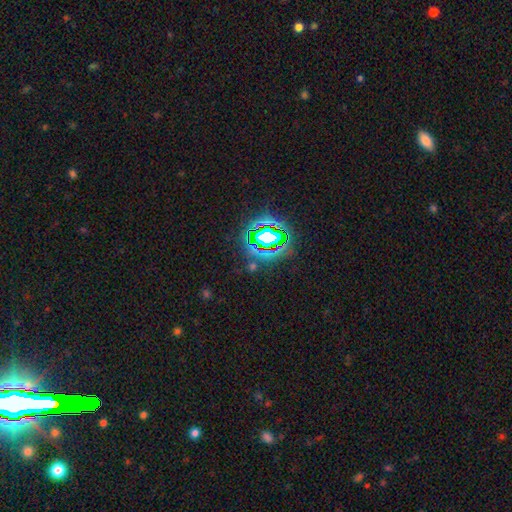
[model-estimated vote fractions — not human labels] This appears to be a star or artifact, not a galaxy (79%).